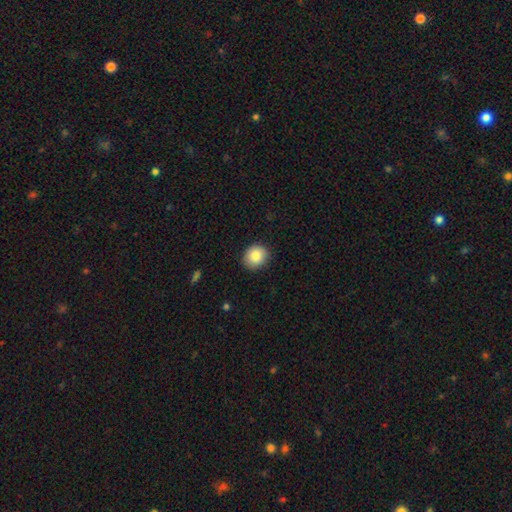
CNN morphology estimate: Smooth or featured? Predicted: smooth (p=0.84). How rounded? Predicted: round (p=0.77). Merging? Predicted: none (p=0.87).